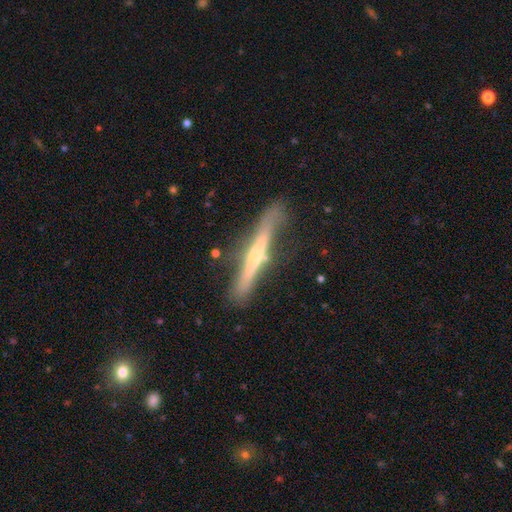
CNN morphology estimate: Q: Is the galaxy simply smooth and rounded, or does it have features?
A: featured or disk — 62%.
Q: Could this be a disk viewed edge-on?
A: yes — 94%.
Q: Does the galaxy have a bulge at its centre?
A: rounded — 55%.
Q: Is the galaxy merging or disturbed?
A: none — 70%.